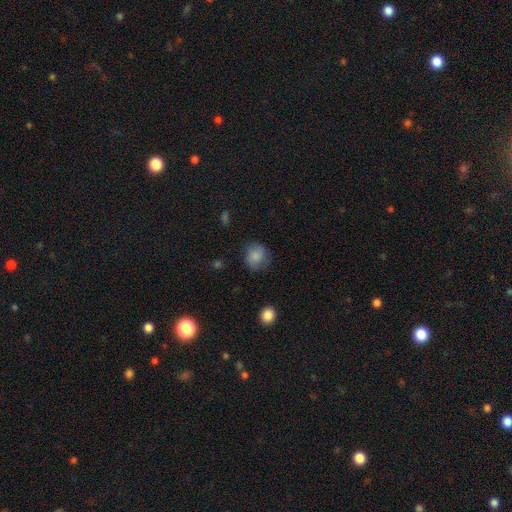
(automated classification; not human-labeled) smooth 83%, star or artifact 9%, featured or disk 8%. Down the decision tree: how rounded — round (74%); merging — none (72%).